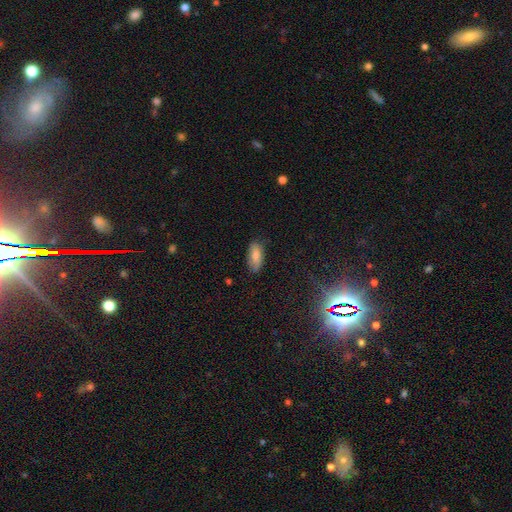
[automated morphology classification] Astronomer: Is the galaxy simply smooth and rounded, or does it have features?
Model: smooth — 82%.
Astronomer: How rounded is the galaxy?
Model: in between — 86%.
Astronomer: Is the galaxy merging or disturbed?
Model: none — 80%.